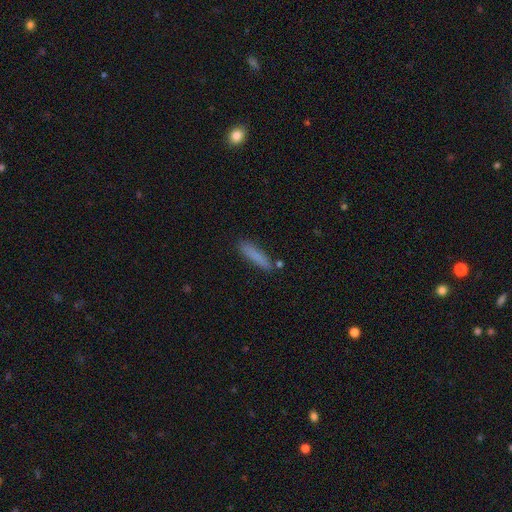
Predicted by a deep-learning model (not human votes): A smooth galaxy with no disk features (82%) that is cigar-shaped (87%). Merging: none (84%).